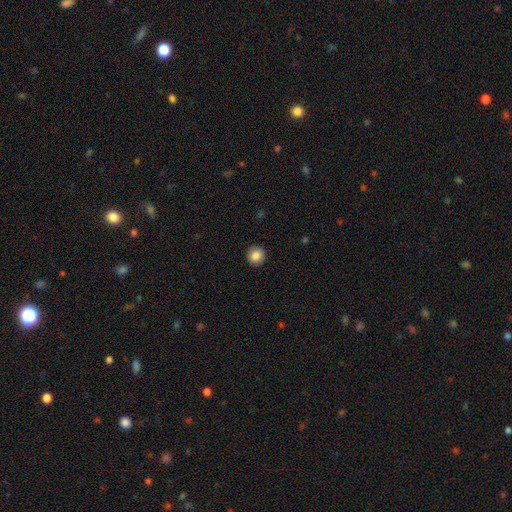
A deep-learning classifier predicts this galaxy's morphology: The model was most divided on "smooth or featured": smooth: 85%, star or artifact: 9%, featured or disk: 6%. More confident: merging — none (92%); how rounded — round (91%).